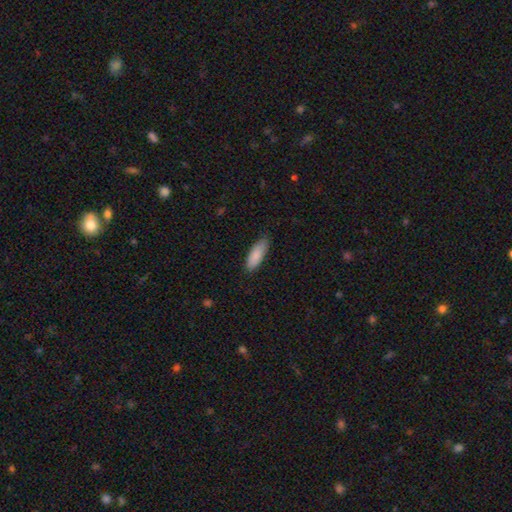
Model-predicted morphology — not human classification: Overall: smooth (86%). How rounded: in between (62%; cigar-shaped 36%). Merging: none (82%).